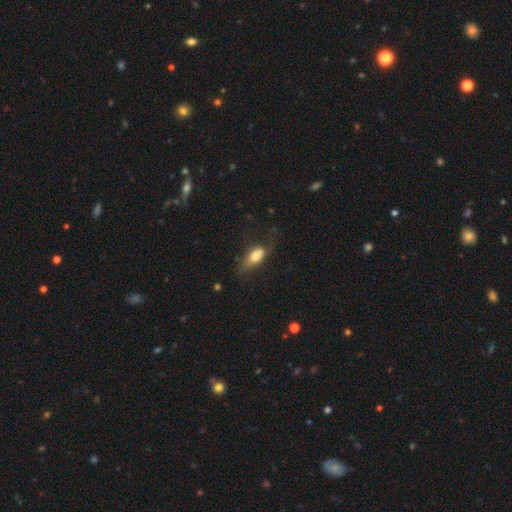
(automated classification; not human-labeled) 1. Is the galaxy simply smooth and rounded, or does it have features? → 72% smooth, 20% featured or disk, 8% star or artifact.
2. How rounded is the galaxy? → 81% in between, 14% cigar-shaped, 4% round.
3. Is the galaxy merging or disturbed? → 43% none, 30% minor disturbance, 25% major disturbance, 3% merger.